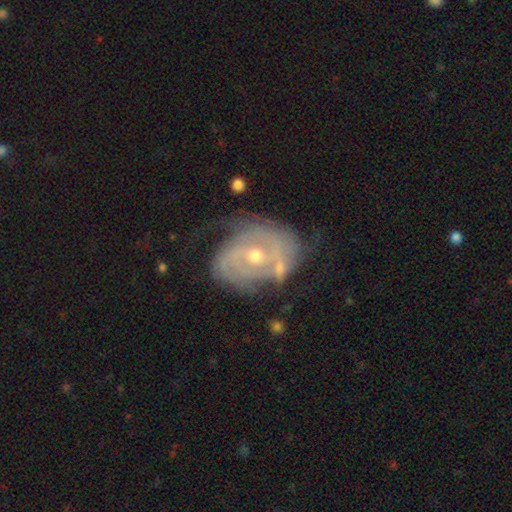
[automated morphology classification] A featured or disk galaxy (86%) with no bar (63%), 2 (38%) tight (68%) spiral arms (91%) and a moderate central bulge (55%). Merging: none (58%).